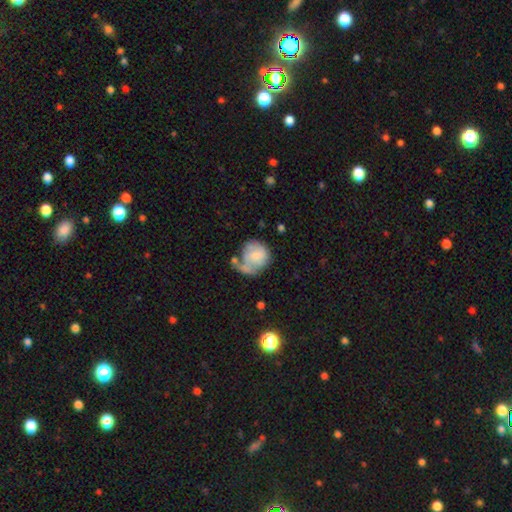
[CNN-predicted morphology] A smooth galaxy with no disk features (63%) that is round (74%).

Vote fractions:
- Smooth or featured? smooth: 63% / featured or disk: 30% / star or artifact: 8%
- How rounded? round: 74% / in between: 25% / cigar-shaped: 1%
- Merging? major disturbance: 29% / none: 27% / minor disturbance: 24% / merger: 20%